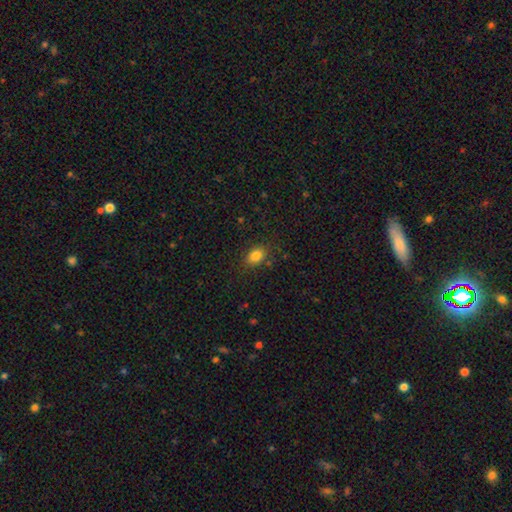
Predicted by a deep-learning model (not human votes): Smooth or featured? Predicted: smooth (p=0.83). How rounded? Predicted: in between (p=0.74). Merging? Predicted: none (p=0.83).